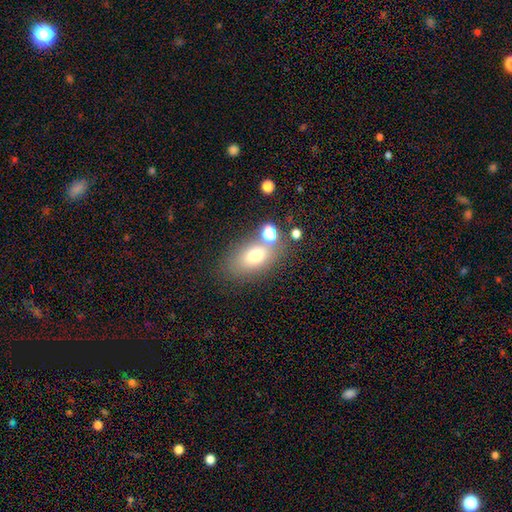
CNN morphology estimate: The model was most divided on "merging": none: 62%, merger: 18%, minor disturbance: 14%, major disturbance: 6%. More confident: how rounded — in between (81%); smooth or featured — smooth (72%).